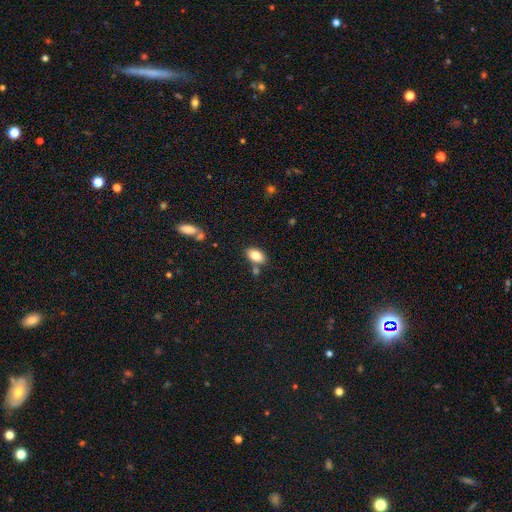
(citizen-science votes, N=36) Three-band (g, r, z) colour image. It shows a smooth galaxy with no disk features (83%) that is in between round and cigar-shaped (97%). Merging: none (66%).